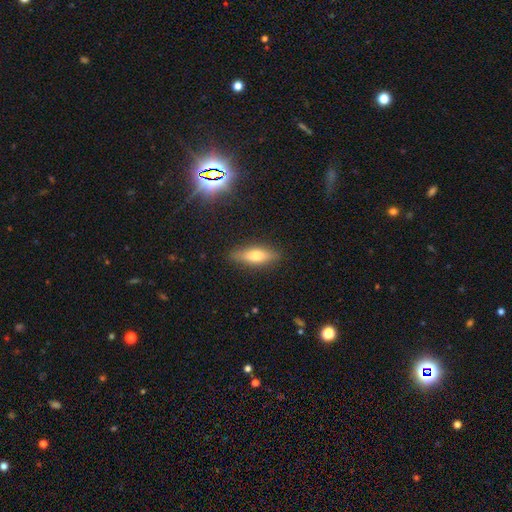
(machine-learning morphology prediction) Smooth or featured? Predicted: smooth (p=0.67). How rounded? Predicted: in between (p=0.56). Merging? Predicted: none (p=0.87).